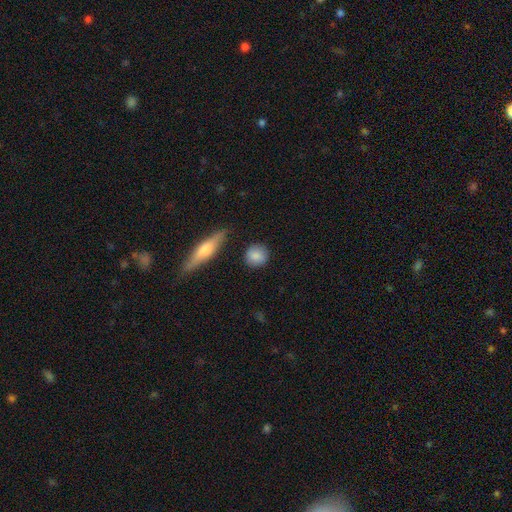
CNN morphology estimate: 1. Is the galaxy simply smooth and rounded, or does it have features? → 84% smooth, 9% featured or disk, 7% star or artifact.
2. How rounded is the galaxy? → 86% round, 12% in between, 3% cigar-shaped.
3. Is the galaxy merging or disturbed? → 84% none, 10% minor disturbance, 3% major disturbance, 3% merger.